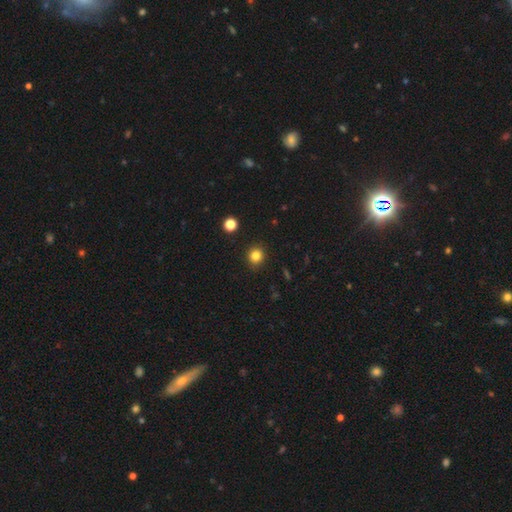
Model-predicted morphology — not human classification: Smooth or featured? Predicted: smooth (p=0.82). How rounded? Predicted: round (p=0.90). Merging? Predicted: none (p=0.92).